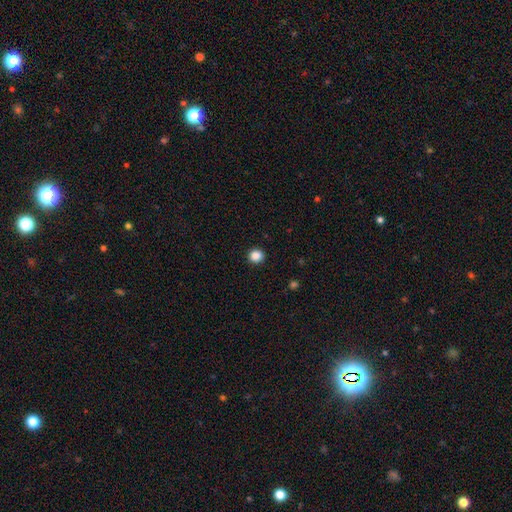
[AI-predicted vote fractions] Smooth or featured? Predicted: smooth (p=0.87). How rounded? Predicted: round (p=0.90). Merging? Predicted: none (p=0.92).